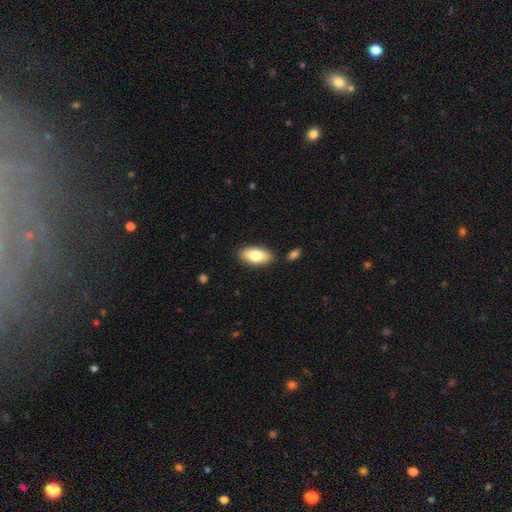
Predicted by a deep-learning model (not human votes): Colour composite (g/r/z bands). It shows a smooth galaxy with no disk features (77%) that is in between round and cigar-shaped (93%). Merging: none (86%).